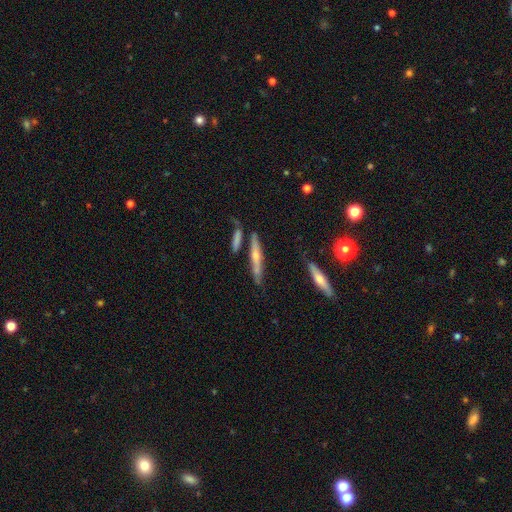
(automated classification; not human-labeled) Morphology: type=featured or disk (64%); edge-on=yes (93%); edge-on bulge=rounded (78%); merging=none (77%).